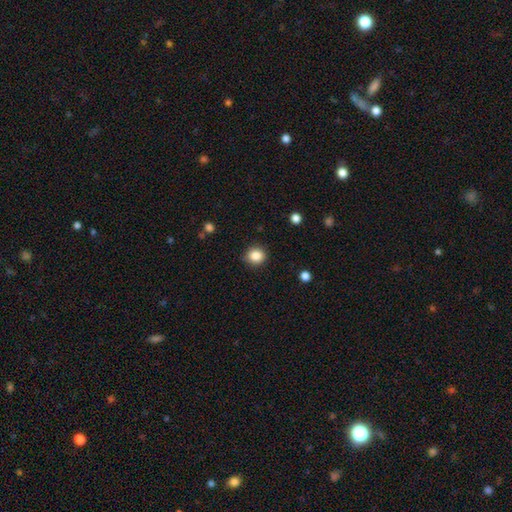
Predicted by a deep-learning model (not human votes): Overall: smooth (86%). How rounded: round (84%). Merging: none (87%).